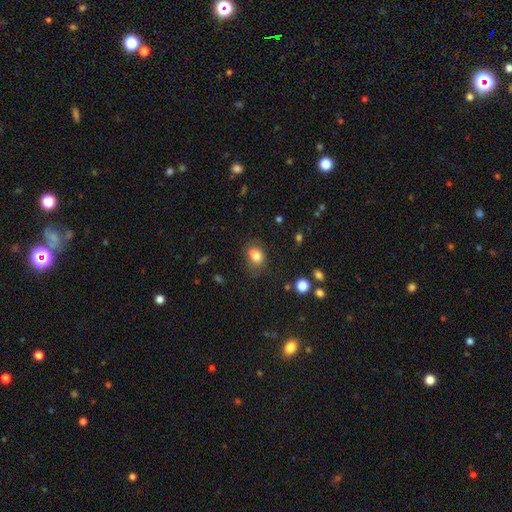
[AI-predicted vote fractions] Smooth or featured: smooth — 80% (star or artifact — 11%)
How rounded: in between — 64% (round — 35%)
Merging: none — 60% (minor disturbance — 25%)